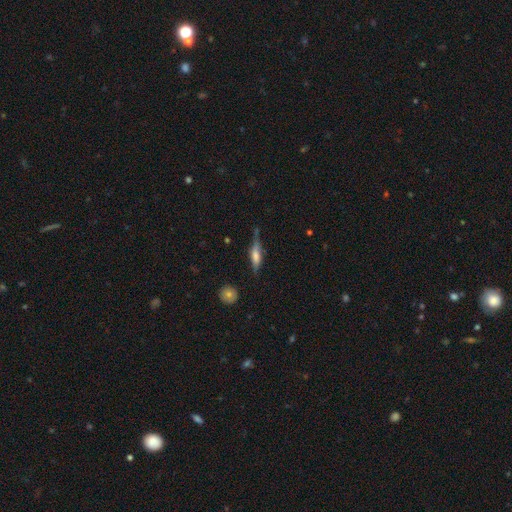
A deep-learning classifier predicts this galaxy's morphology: Smooth or featured? Predicted: featured or disk (p=0.59). Edge-on disk? Predicted: yes (p=0.92). Edge-on bulge? Predicted: rounded (p=0.54). Merging? Predicted: none (p=0.67).